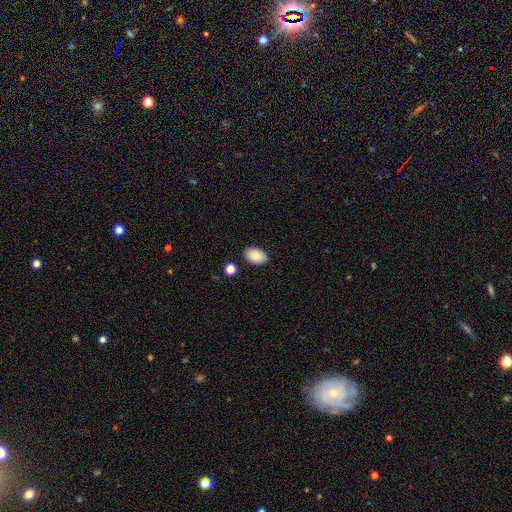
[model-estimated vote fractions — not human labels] Morphology: type=smooth (88%); roundness=in between (91%); merging=none (87%).